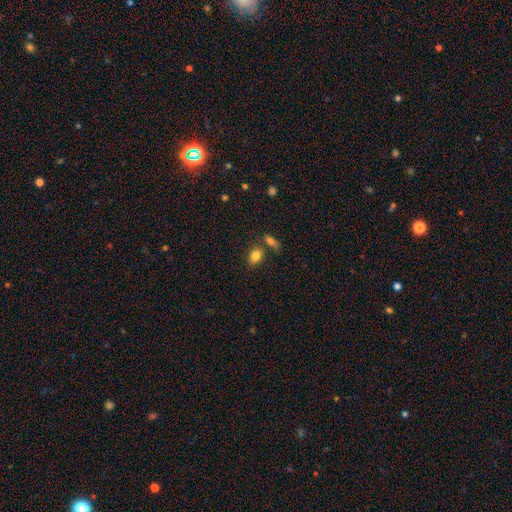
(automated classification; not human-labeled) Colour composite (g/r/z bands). It shows a smooth galaxy with no disk features (82%) that is in between round and cigar-shaped (76%). Merging: none (64%).